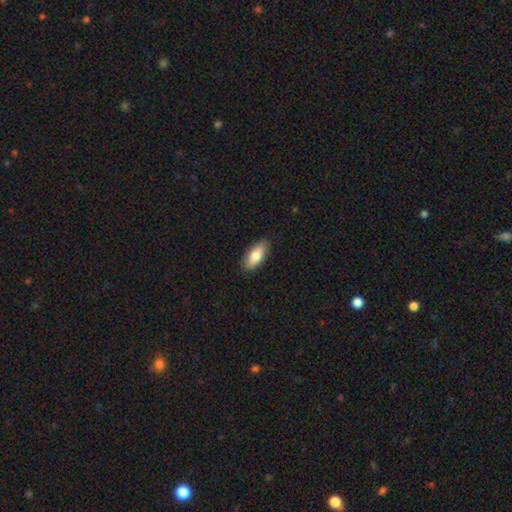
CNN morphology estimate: smooth 79%, featured or disk 15%, star or artifact 6%. Down the decision tree: how rounded — in between (84%); merging — none (87%).